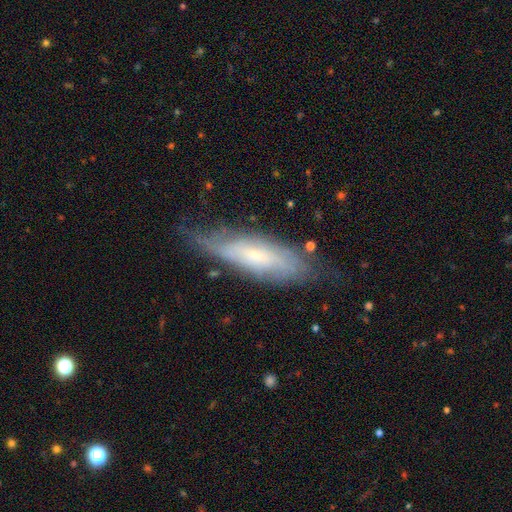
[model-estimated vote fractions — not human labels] The model was most divided on "smooth or featured": featured or disk: 59%, smooth: 33%, star or artifact: 7%. More confident: edge-on disk — no (66%); merging — none (63%).